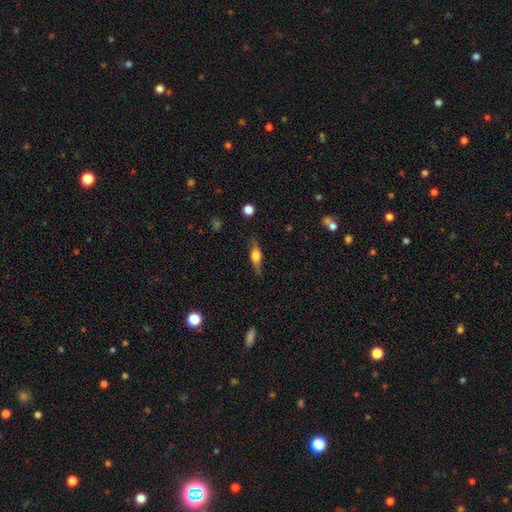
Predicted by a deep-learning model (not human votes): Overall: featured or disk (54%; smooth 38%). Edge-on disk: yes (91%). Merging: none (79%).